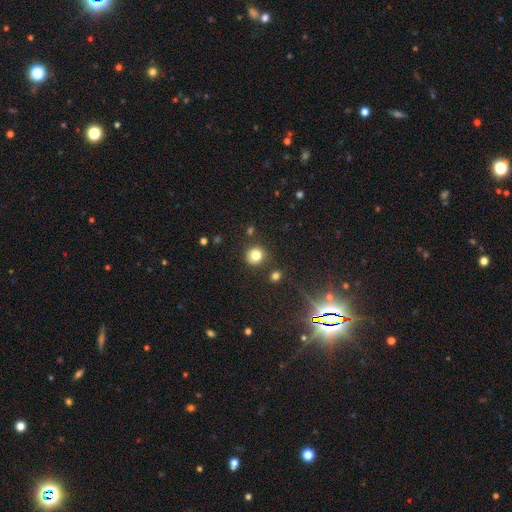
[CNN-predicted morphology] Q: Smooth or featured?
A: smooth (79%); runner-up: star or artifact (13%)
Q: How rounded?
A: round (90%); runner-up: in between (9%)
Q: Merging?
A: none (83%); runner-up: minor disturbance (9%)